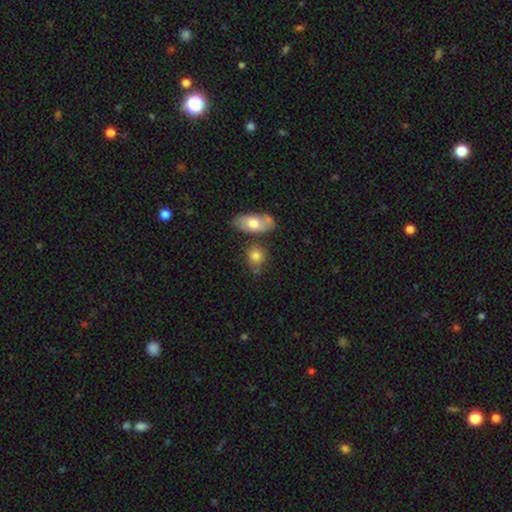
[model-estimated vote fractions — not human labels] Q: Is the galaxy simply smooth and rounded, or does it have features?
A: smooth — 78%.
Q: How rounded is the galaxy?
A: round — 56%.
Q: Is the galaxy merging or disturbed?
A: none — 58%.